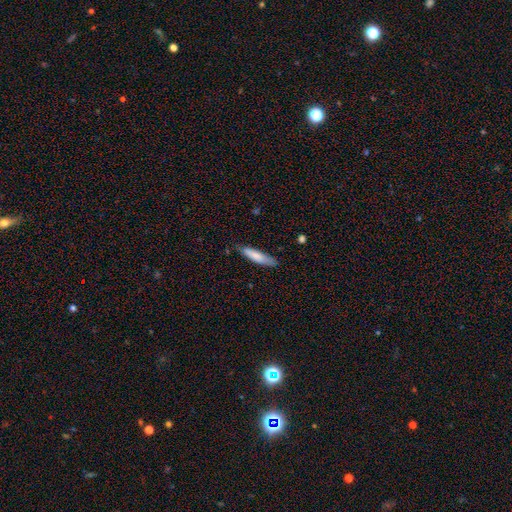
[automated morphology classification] The model was most divided on "how rounded": cigar-shaped: 74%, in between: 25%, round: 1%. More confident: smooth or featured — smooth (80%); merging — none (76%).